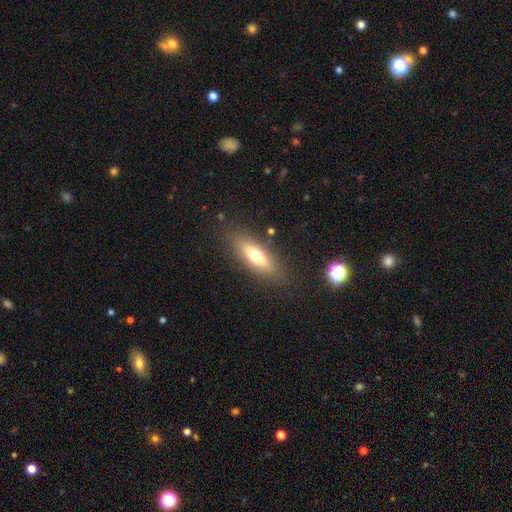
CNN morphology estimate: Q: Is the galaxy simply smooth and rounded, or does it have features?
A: smooth — 62%.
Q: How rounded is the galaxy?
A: in between — 50%.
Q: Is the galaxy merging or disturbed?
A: none — 83%.